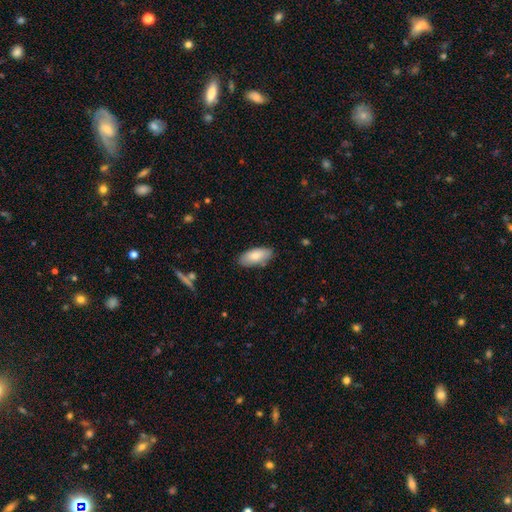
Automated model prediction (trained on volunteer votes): Smooth or featured? Predicted: smooth (p=0.82). How rounded? Predicted: in between (p=0.89). Merging? Predicted: none (p=0.82).